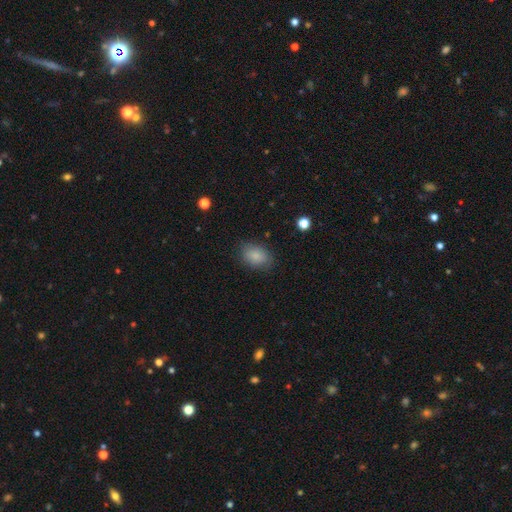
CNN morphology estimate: Smooth or featured? smooth (85%)
How rounded? in between (77%)
Merging? none (81%)